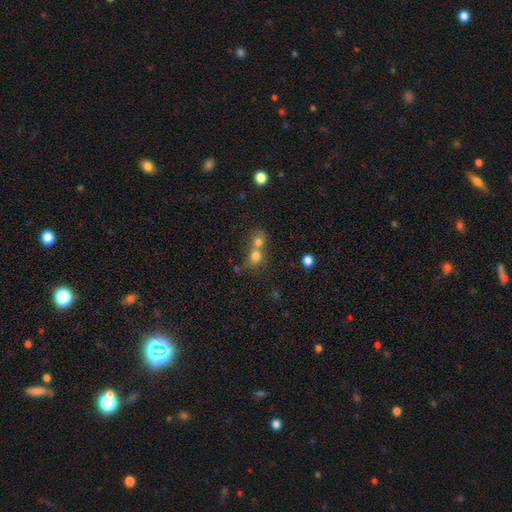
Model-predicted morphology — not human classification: Q: Smooth or featured?
A: smooth (76%); runner-up: star or artifact (13%)
Q: How rounded?
A: round (73%); runner-up: in between (26%)
Q: Merging?
A: merger (61%); runner-up: none (30%)